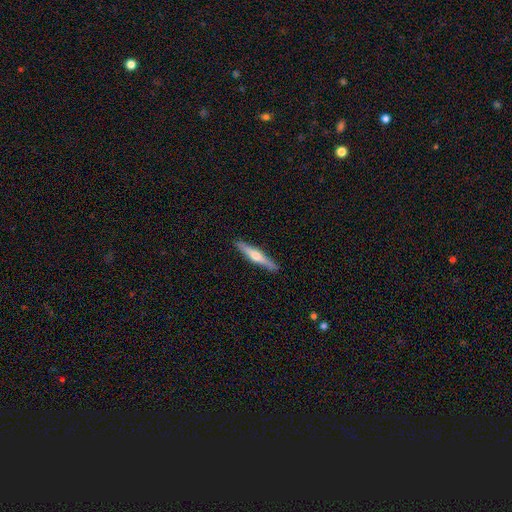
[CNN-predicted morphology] Smooth or featured? Predicted: featured or disk (p=0.56). Edge-on disk? Predicted: yes (p=0.95). Edge-on bulge? Predicted: rounded (p=0.88). Merging? Predicted: none (p=0.90).